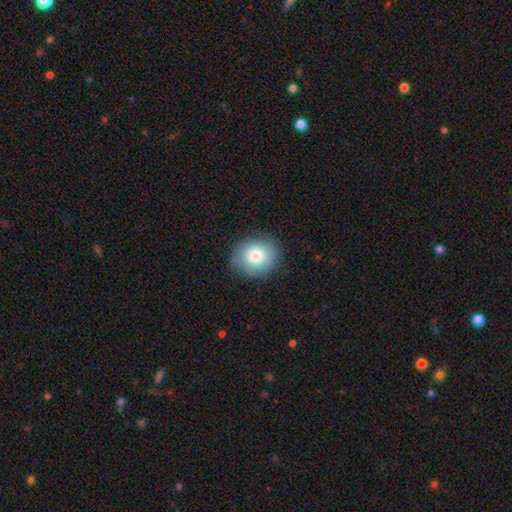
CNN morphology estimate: Smooth or featured?
  - smooth: 72% *
  - featured or disk: 20%
  - star or artifact: 8%
How rounded?
  - round: 77% *
  - in between: 22%
  - cigar-shaped: 1%
Merging?
  - none: 79% *
  - minor disturbance: 15%
  - major disturbance: 5%
  - merger: 1%